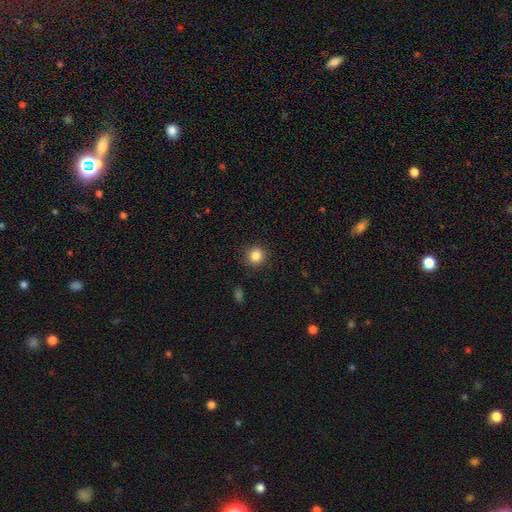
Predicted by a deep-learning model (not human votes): A smooth galaxy with no disk features (86%) that is round (89%).

Vote fractions:
- Smooth or featured? smooth: 86% / star or artifact: 10% / featured or disk: 4%
- How rounded? round: 89% / in between: 10% / cigar-shaped: 1%
- Merging? none: 89% / minor disturbance: 7% / major disturbance: 3% / merger: 1%